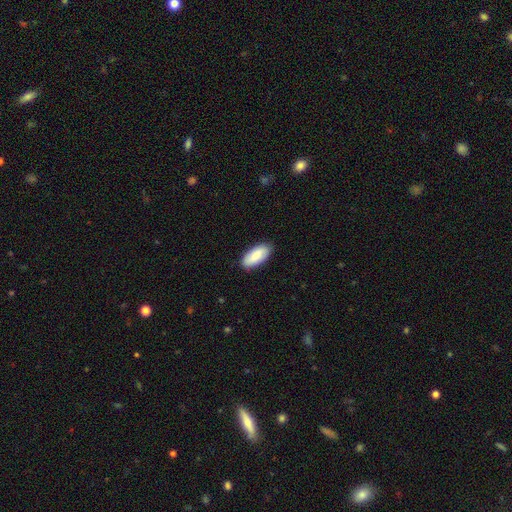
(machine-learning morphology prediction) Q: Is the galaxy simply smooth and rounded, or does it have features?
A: smooth — 84%.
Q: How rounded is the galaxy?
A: in between — 90%.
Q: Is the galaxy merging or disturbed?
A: none — 87%.